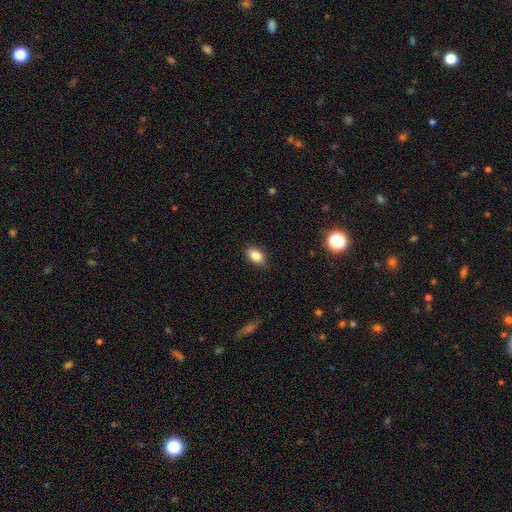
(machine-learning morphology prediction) The model was most divided on "merging": none: 87%, minor disturbance: 10%, major disturbance: 2%, merger: 1%. More confident: how rounded — in between (89%); smooth or featured — smooth (86%).